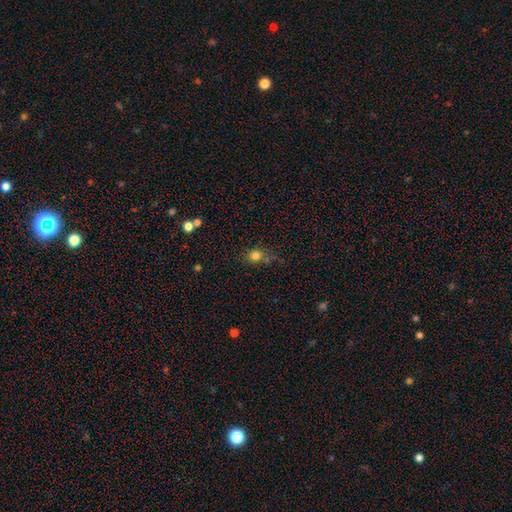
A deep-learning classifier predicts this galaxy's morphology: A smooth galaxy with no disk features (79%) that is round (75%).

Vote fractions:
- Smooth or featured? smooth: 79% / star or artifact: 14% / featured or disk: 7%
- How rounded? round: 75% / in between: 24% / cigar-shaped: 1%
- Merging? none: 61% / minor disturbance: 19% / merger: 12% / major disturbance: 8%